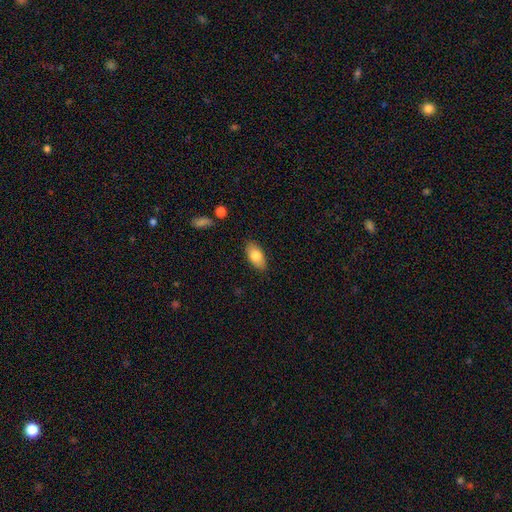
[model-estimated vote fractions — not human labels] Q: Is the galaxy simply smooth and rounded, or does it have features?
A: smooth — 80%.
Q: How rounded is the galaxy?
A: in between — 92%.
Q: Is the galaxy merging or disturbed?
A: none — 85%.